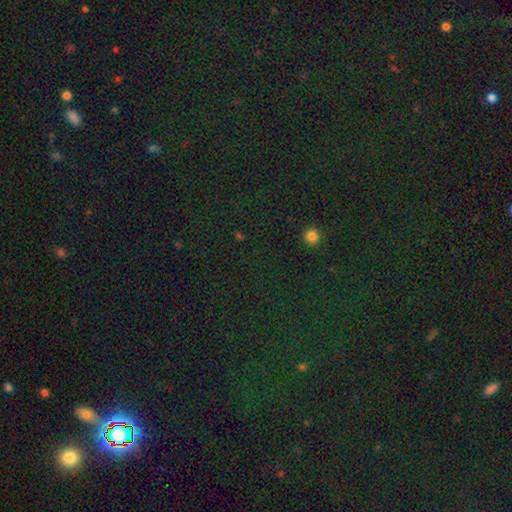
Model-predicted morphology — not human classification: This is likely a star or artifact rather than a galaxy (74%).